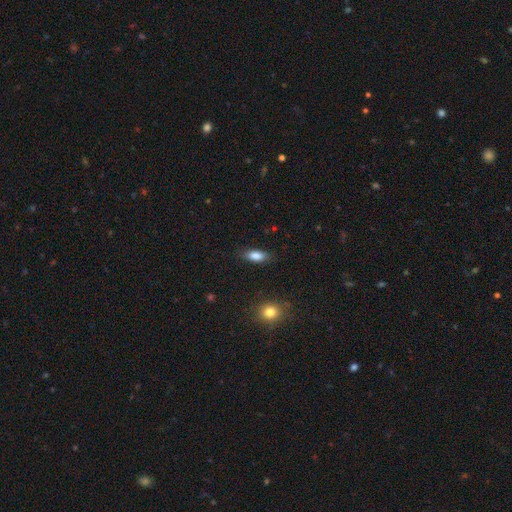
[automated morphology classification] type=smooth (84%); roundness=in between (78%); merging=none (84%).